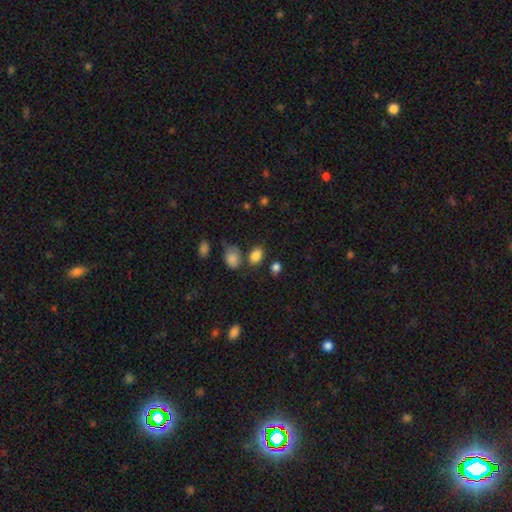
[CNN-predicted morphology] Overall: smooth (84%). How rounded: in between (75%). Merging: none (71%).